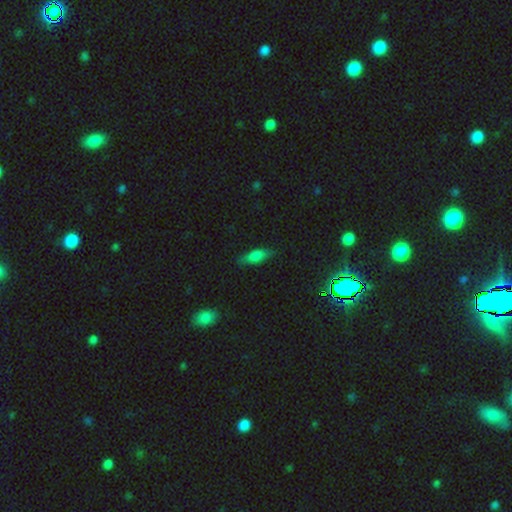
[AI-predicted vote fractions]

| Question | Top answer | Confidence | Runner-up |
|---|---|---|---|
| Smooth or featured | smooth | 68% | featured or disk (21%) |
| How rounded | in between | 62% | cigar-shaped (35%) |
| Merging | none | 79% | minor disturbance (16%) |